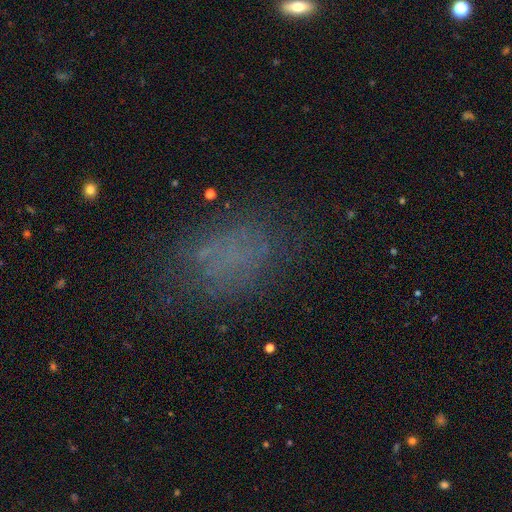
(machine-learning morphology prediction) Smooth or featured? smooth (46%)
Merging? none (62%)